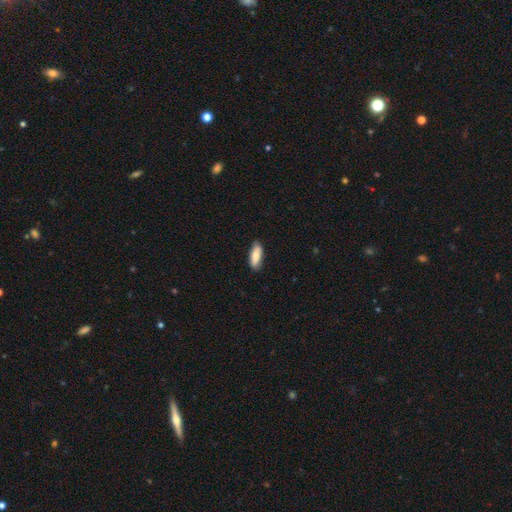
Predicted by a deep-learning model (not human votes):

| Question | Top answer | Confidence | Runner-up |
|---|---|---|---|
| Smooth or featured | smooth | 80% | featured or disk (14%) |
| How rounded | in between | 67% | cigar-shaped (31%) |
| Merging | none | 83% | minor disturbance (14%) |